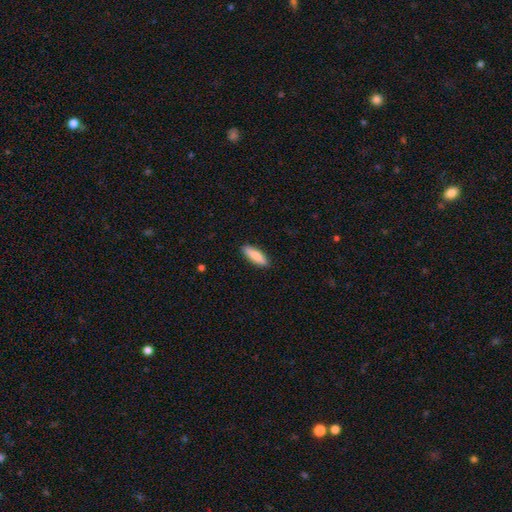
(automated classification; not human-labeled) A smooth galaxy with no disk features (82%) that is cigar-shaped (51%).

Vote fractions:
- Smooth or featured? smooth: 82% / featured or disk: 13% / star or artifact: 5%
- How rounded? cigar-shaped: 51% / in between: 48% / round: 2%
- Merging? none: 90% / minor disturbance: 8% / major disturbance: 2% / merger: 1%